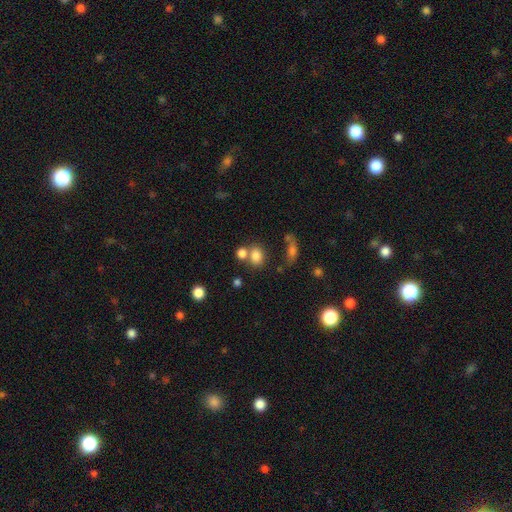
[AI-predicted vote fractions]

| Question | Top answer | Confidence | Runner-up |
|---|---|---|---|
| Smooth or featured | smooth | 79% | star or artifact (13%) |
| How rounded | in between | 50% | round (48%) |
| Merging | none | 51% | merger (32%) |